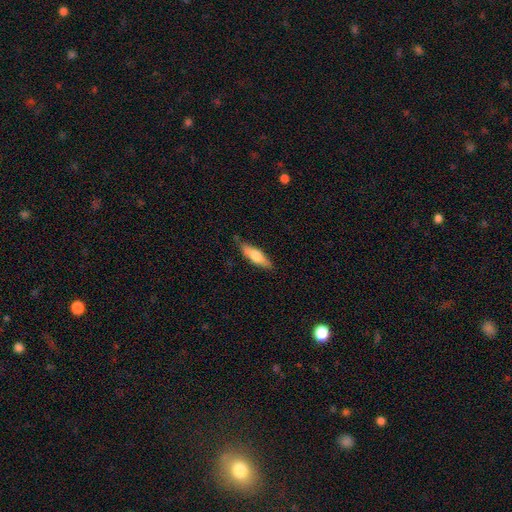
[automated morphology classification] Smooth or featured?
  - smooth: 65% *
  - featured or disk: 30%
  - star or artifact: 6%
How rounded?
  - cigar-shaped: 52% *
  - in between: 46%
  - round: 2%
Merging?
  - none: 78% *
  - minor disturbance: 17%
  - major disturbance: 3%
  - merger: 2%